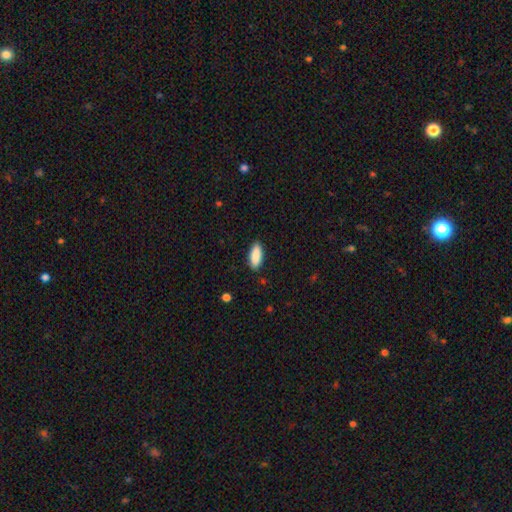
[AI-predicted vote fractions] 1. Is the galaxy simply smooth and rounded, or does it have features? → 89% smooth, 6% star or artifact, 5% featured or disk.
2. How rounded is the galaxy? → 78% in between, 20% cigar-shaped, 2% round.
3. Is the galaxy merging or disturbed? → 87% none, 10% minor disturbance, 2% major disturbance, 1% merger.